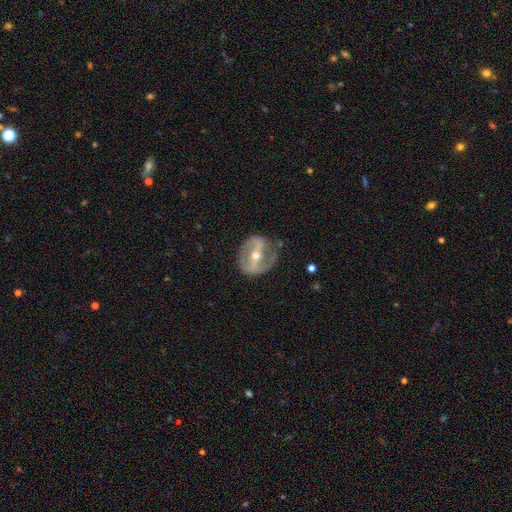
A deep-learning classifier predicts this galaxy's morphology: Overall: featured or disk (83%). Edge-on disk: no (93%). Bar: strong (66%). Spiral arms: yes (74%). Spiral arm count: 2 (78%). Spiral winding: medium (41%; tight 31%). Bulge size: moderate (55%; small 42%). Merging: none (67%).